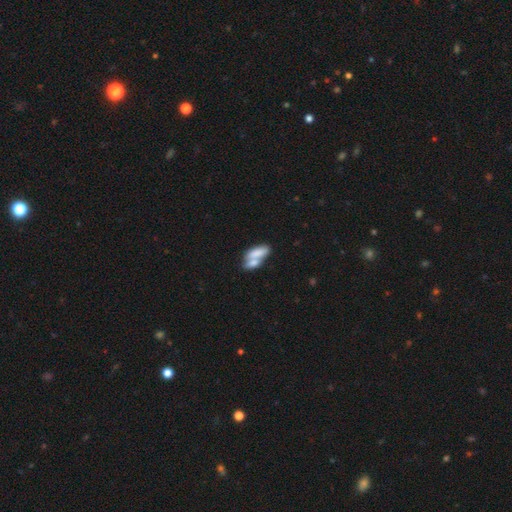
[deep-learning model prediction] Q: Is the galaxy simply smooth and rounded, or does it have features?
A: smooth — 70%.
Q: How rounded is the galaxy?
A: in between — 79%.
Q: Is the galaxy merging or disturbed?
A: merger — 62%.